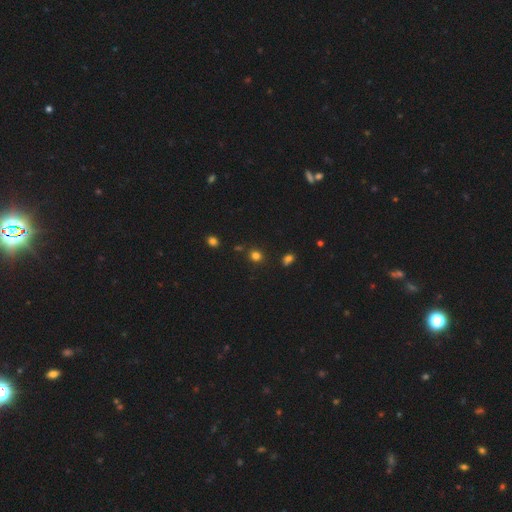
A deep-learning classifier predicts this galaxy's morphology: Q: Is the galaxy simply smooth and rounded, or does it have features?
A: smooth — 77%.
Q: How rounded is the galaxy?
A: round — 81%.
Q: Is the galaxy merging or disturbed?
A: none — 81%.